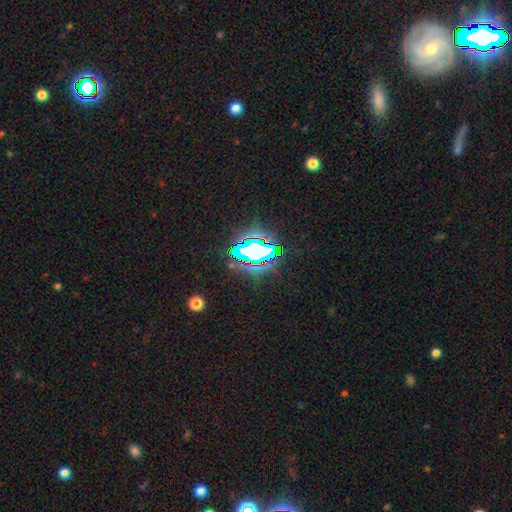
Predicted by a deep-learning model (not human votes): This appears to be a star or artifact, not a galaxy (63%).